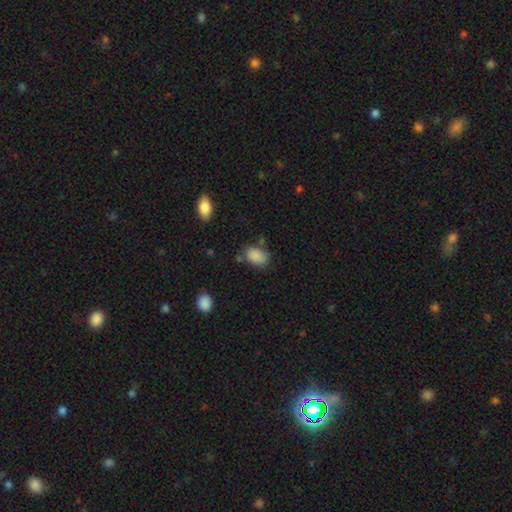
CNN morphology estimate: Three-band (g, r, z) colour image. It shows a smooth galaxy with no disk features (86%) that is in between round and cigar-shaped (84%). Merging: none (65%).